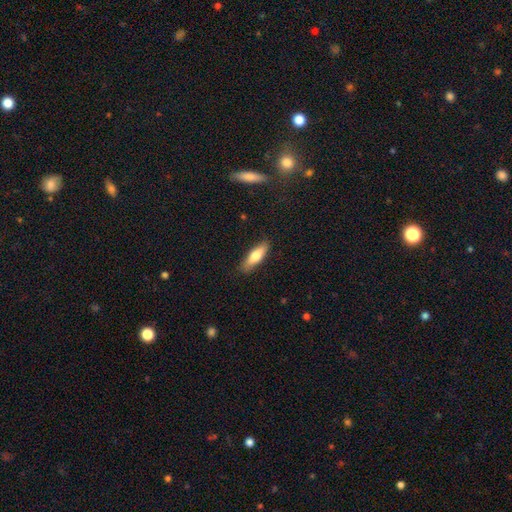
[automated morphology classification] smooth_or_featured: smooth (p=0.73) [alt: featured or disk p=0.21]
how_rounded: cigar-shaped (p=0.53) [alt: in between p=0.45]
merging: none (p=0.85) [alt: minor disturbance p=0.11]